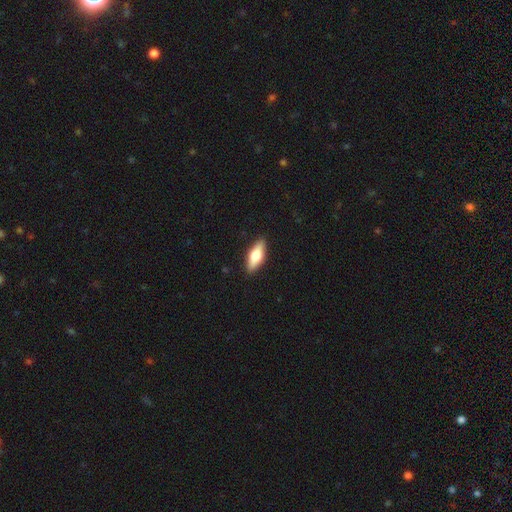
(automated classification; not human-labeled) smooth 60%, featured or disk 34%, star or artifact 6%. Down the decision tree: how rounded — in between (66%); merging — none (90%).